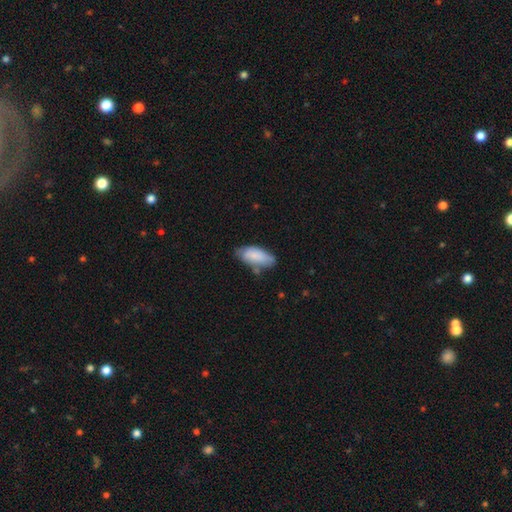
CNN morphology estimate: Smooth or featured? smooth (80%)
How rounded? in between (85%)
Merging? none (56%)